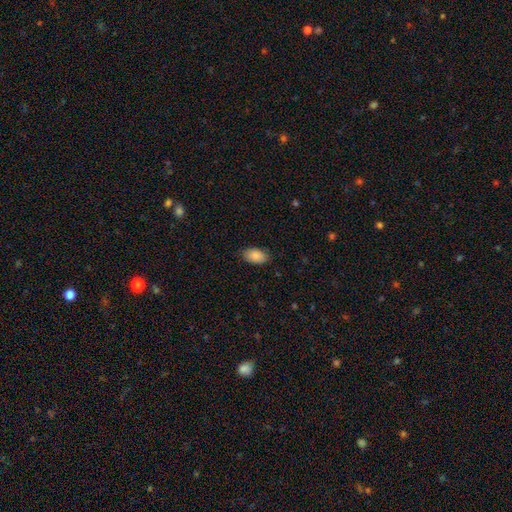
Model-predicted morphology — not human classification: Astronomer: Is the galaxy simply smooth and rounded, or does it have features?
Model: smooth — 87%.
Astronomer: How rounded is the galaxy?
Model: in between — 93%.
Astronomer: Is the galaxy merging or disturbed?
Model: none — 84%.